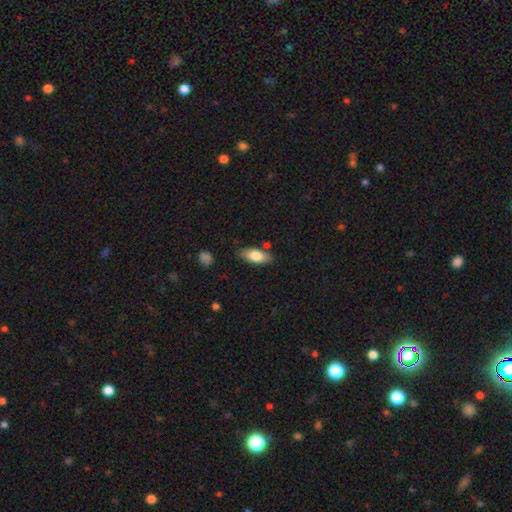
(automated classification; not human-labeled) smooth_or_featured: smooth (p=0.77) [alt: featured or disk p=0.16]
how_rounded: in between (p=0.85) [alt: cigar-shaped p=0.12]
merging: none (p=0.80) [alt: minor disturbance p=0.14]